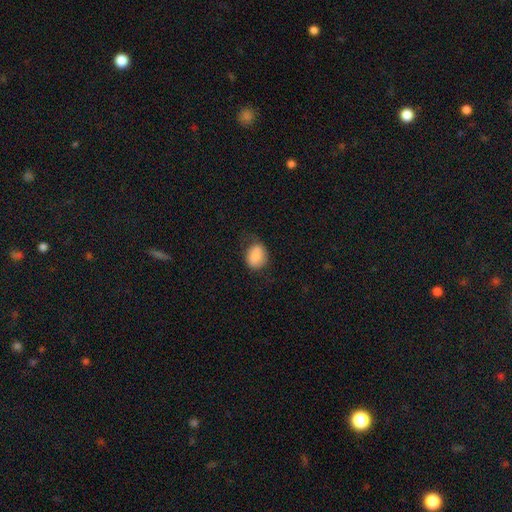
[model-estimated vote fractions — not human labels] smooth 85%, featured or disk 8%, star or artifact 8%. Down the decision tree: how rounded — in between (57%); merging — none (62%).